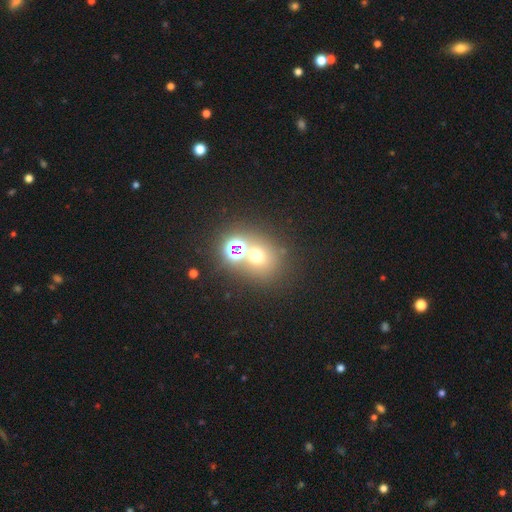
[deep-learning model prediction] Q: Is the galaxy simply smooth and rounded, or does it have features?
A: smooth — 54%.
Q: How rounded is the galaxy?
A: round — 80%.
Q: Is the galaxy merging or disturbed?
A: none — 61%.